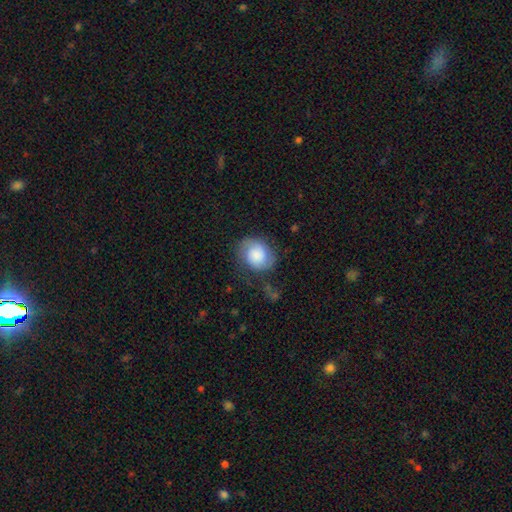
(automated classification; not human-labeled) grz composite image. It shows a smooth galaxy with no disk features (61%) that is round (65%). Merging: none (55%).